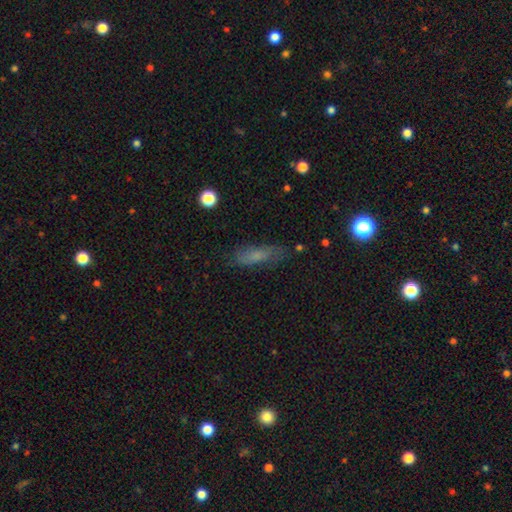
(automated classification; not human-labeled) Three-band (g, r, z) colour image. It shows a smooth galaxy with no disk features (64%) that is cigar-shaped (59%). Merging: none (73%).